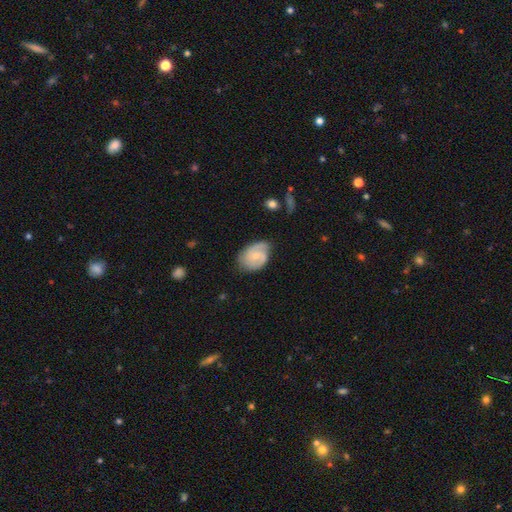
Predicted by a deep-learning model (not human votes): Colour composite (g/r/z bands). It shows a featured or disk galaxy (65%) with no bar (61%), 2 (59%) tight (45%) spiral arms (90%) and a small central bulge (56%). Merging: none (61%).